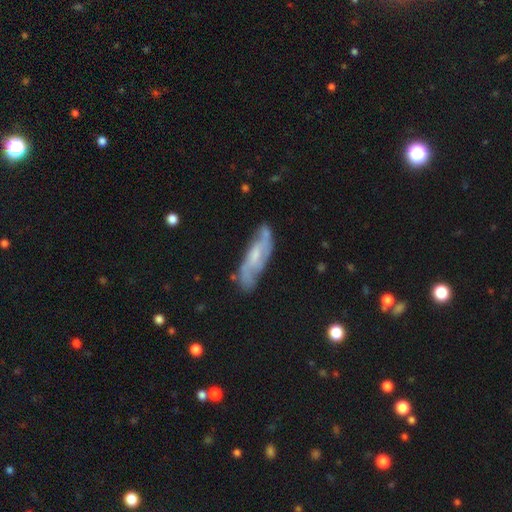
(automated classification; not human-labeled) smooth_or_featured: featured or disk (p=0.66) [alt: smooth p=0.27]
disk_edge_on: no (p=0.76) [alt: yes p=0.24]
merging: none (p=0.68) [alt: minor disturbance p=0.22]